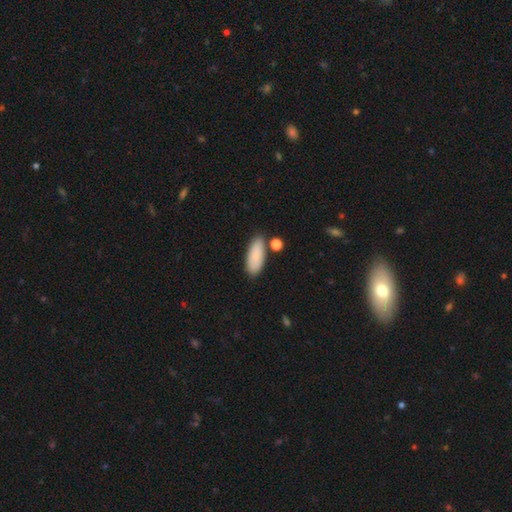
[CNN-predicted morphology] Overall: smooth (84%). How rounded: in between (81%). Merging: none (76%).